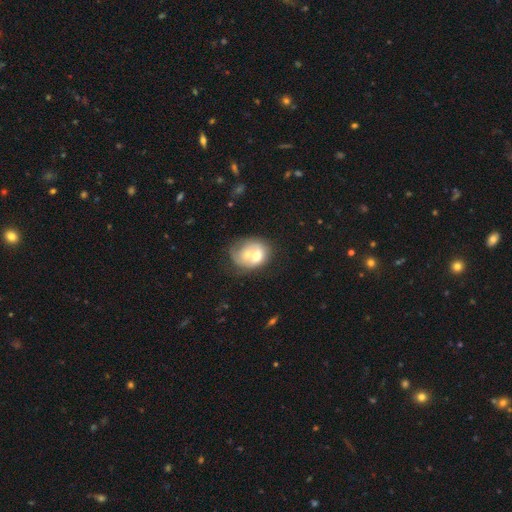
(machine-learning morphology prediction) smooth 54%, featured or disk 38%, star or artifact 7%. Down the decision tree: how rounded — round (53%); merging — merger (66%).